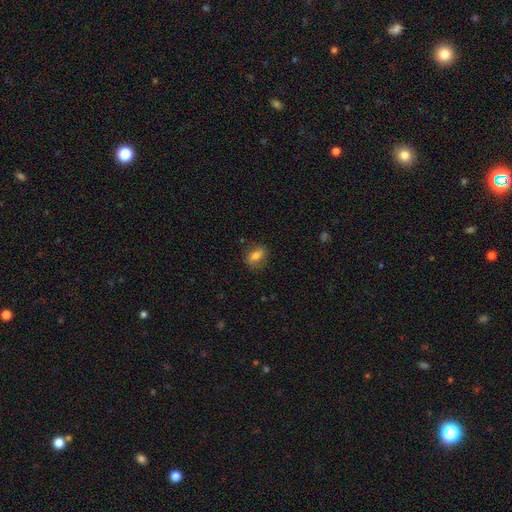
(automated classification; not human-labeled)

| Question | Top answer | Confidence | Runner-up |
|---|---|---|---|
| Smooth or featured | smooth | 69% | featured or disk (21%) |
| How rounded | in between | 70% | round (26%) |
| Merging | none | 77% | minor disturbance (16%) |